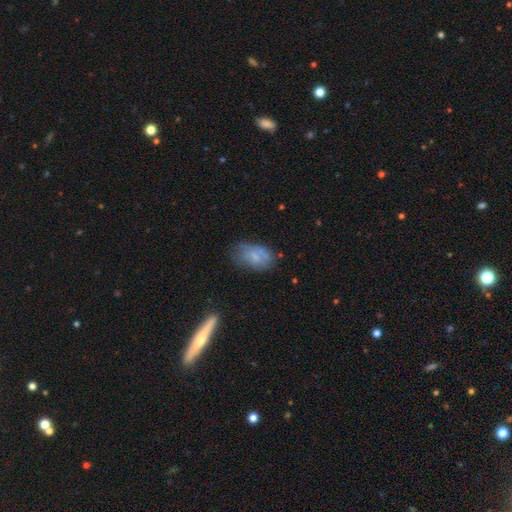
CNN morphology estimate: Q: Smooth or featured?
A: smooth (62%); runner-up: featured or disk (29%)
Q: How rounded?
A: in between (90%); runner-up: round (8%)
Q: Merging?
A: none (51%); runner-up: minor disturbance (30%)